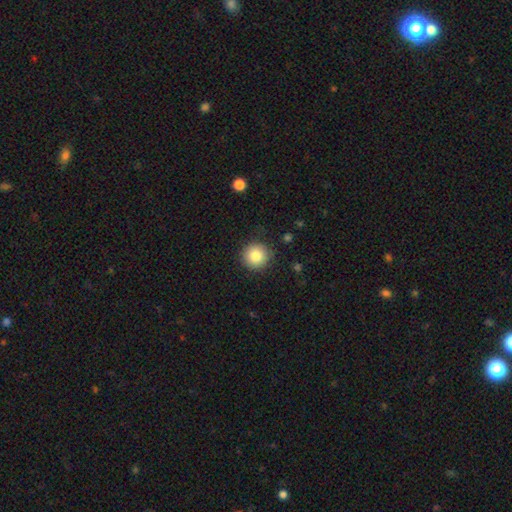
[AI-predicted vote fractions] Morphology: type=smooth (84%); roundness=round (95%); merging=none (88%).